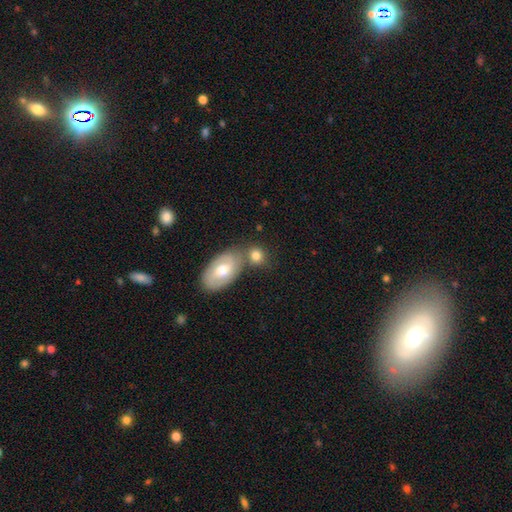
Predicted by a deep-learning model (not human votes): Overall: smooth (71%). How rounded: round (52%; in between 45%). Merging: none (55%; merger 30%).